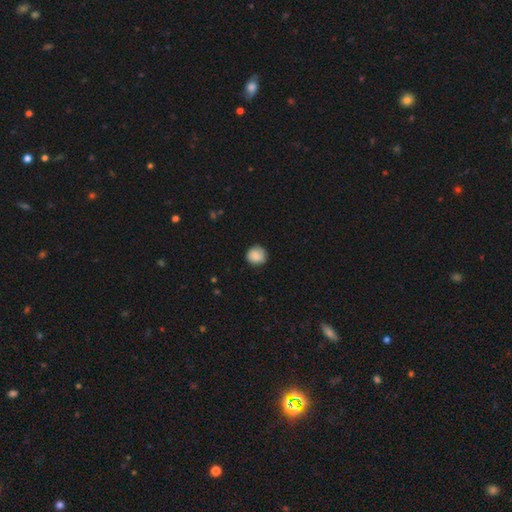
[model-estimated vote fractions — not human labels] smooth-or-featured: smooth: 82% | featured or disk: 10% | star or artifact: 8%
  how-rounded: round: 90% | in between: 9% | cigar-shaped: 1%
  merging: none: 81% | minor disturbance: 15% | major disturbance: 3% | merger: 1%